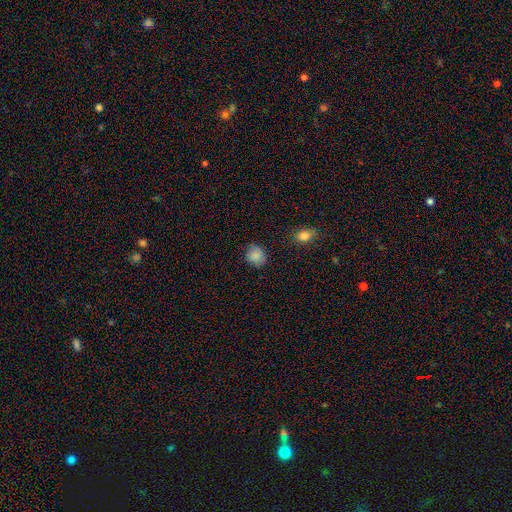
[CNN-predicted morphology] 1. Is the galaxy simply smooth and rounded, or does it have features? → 85% smooth, 9% star or artifact, 5% featured or disk.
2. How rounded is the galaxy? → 71% round, 28% in between, 1% cigar-shaped.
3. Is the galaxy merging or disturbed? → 76% none, 19% minor disturbance, 4% major disturbance, 2% merger.